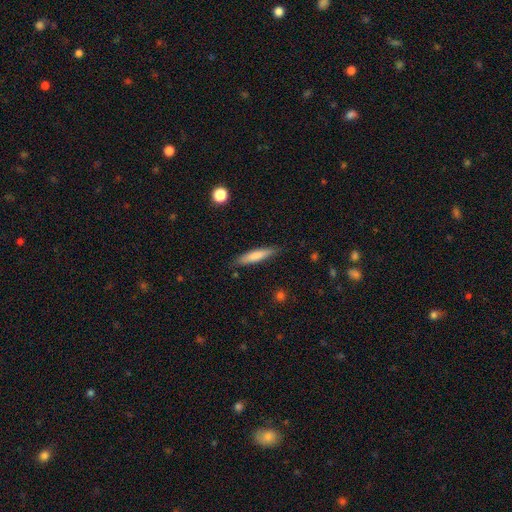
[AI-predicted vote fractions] A smooth galaxy with no disk features (75%) that is cigar-shaped (85%).

Vote fractions:
- Smooth or featured? smooth: 75% / featured or disk: 19% / star or artifact: 6%
- How rounded? cigar-shaped: 85% / in between: 14% / round: 1%
- Merging? none: 85% / minor disturbance: 11% / major disturbance: 2% / merger: 1%